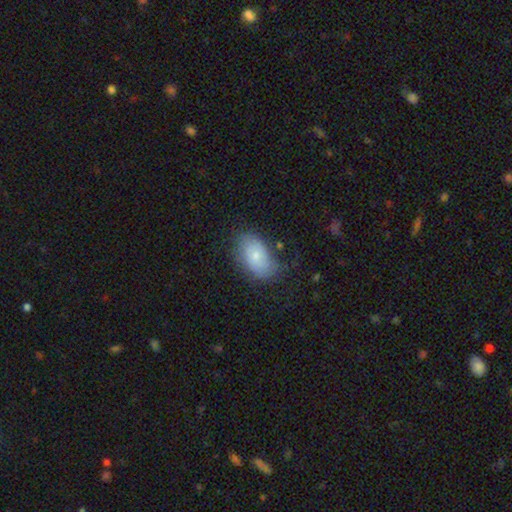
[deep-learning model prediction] Overall: smooth (71%). How rounded: in between (92%). Merging: none (68%).